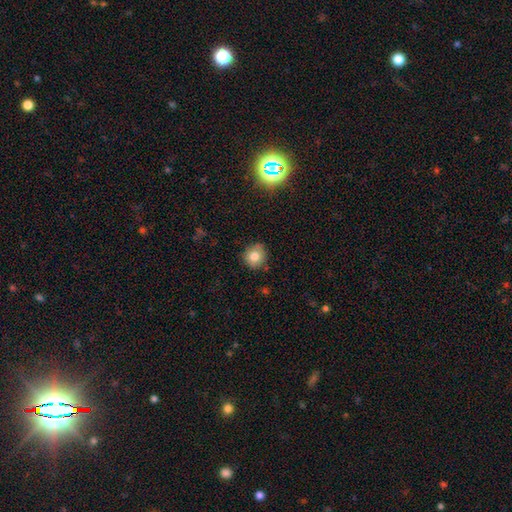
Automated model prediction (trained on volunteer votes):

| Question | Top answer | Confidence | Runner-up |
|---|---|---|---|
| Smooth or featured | smooth | 80% | star or artifact (11%) |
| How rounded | round | 90% | in between (9%) |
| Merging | none | 82% | minor disturbance (14%) |